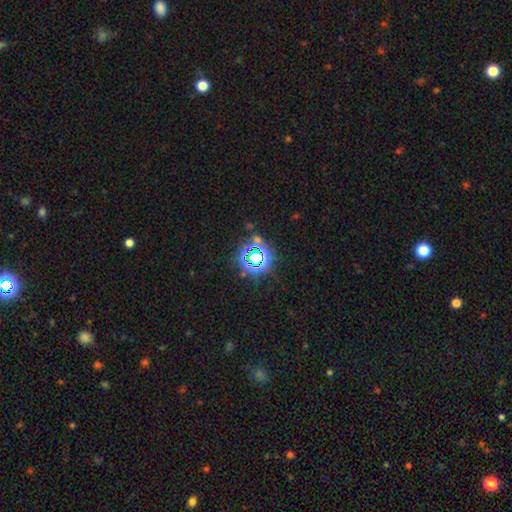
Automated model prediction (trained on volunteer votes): smooth-or-featured: star or artifact: 70% | smooth: 21% | featured or disk: 10%